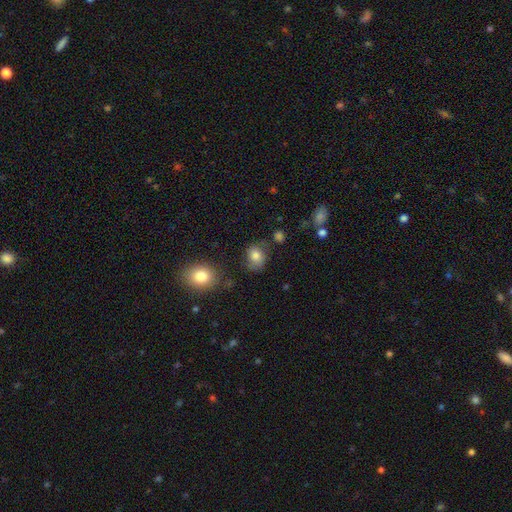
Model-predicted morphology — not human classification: type=smooth (79%); roundness=round (53%); merging=none (63%).